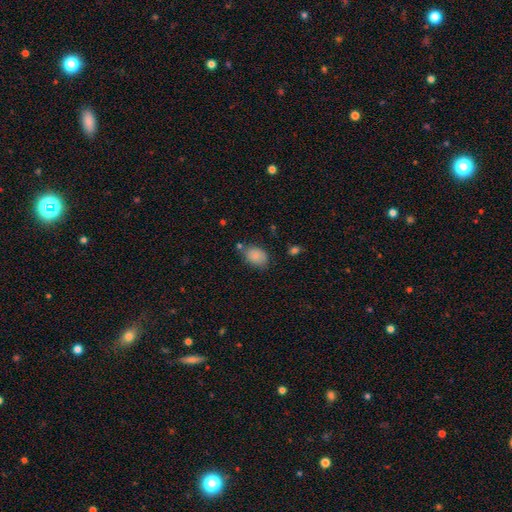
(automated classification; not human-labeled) Q: Smooth or featured?
A: smooth (86%); runner-up: star or artifact (8%)
Q: How rounded?
A: in between (80%); runner-up: round (19%)
Q: Merging?
A: none (65%); runner-up: minor disturbance (23%)